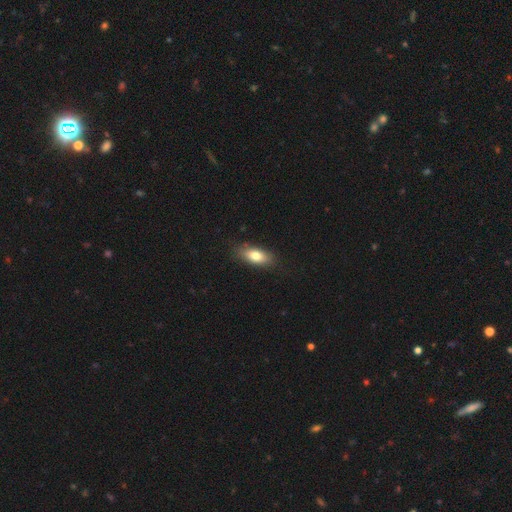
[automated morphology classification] Overall: smooth (78%). How rounded: in between (82%). Merging: none (82%).